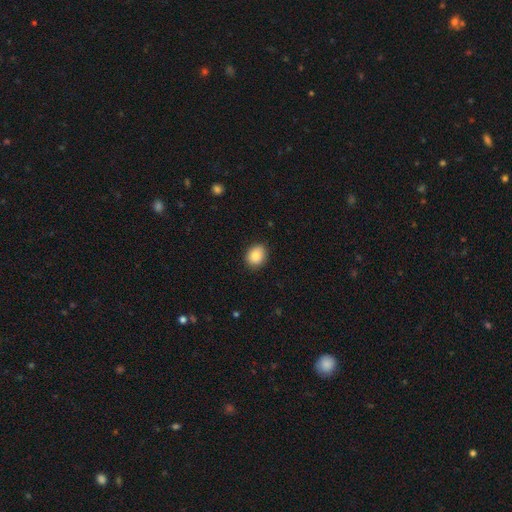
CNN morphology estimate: type=smooth (86%); roundness=round (53%); merging=none (87%).